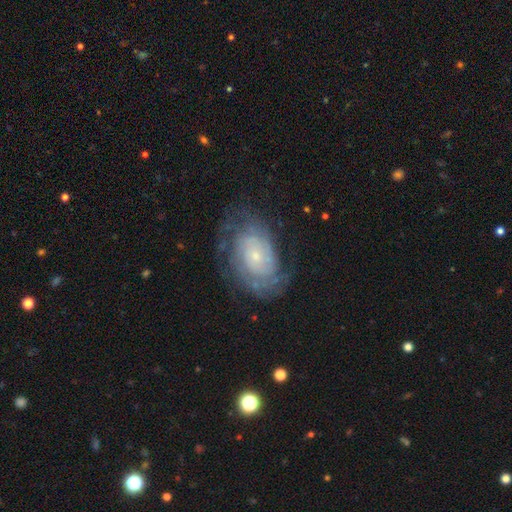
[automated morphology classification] The model was most divided on "spiral arm count": can't tell: 48%, 2: 24%, 3: 11%, 4: 7%, 1: 5%, more than 4: 5%. More confident: edge-on disk — no (96%); spiral arms — yes (91%); smooth or featured — featured or disk (79%); bar — no (76%); bulge size — small (72%); spiral winding — tight (68%); merging — none (68%).